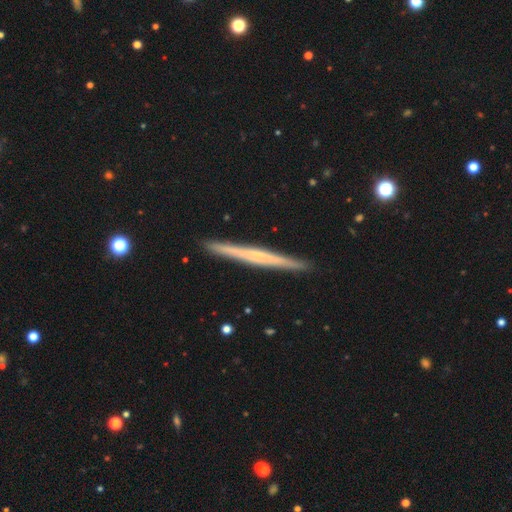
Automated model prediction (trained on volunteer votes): smooth_or_featured: featured or disk (p=0.62) [alt: smooth p=0.32]
disk_edge_on: yes (p=0.98) [alt: no p=0.02]
edge_on_bulge: none (p=0.68) [alt: rounded p=0.23]
merging: none (p=0.92) [alt: minor disturbance p=0.06]